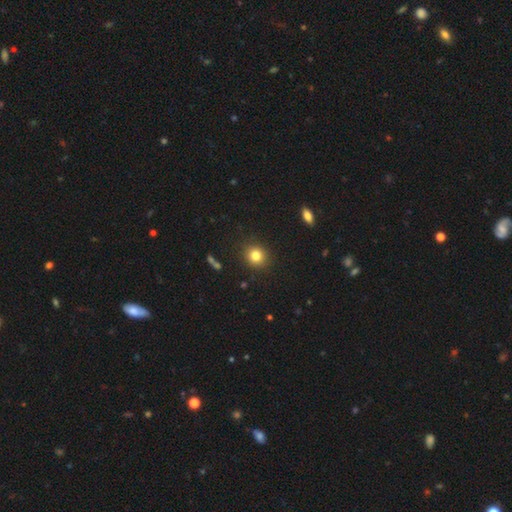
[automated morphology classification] Q: Smooth or featured?
A: smooth (81%); runner-up: star or artifact (12%)
Q: How rounded?
A: round (86%); runner-up: in between (13%)
Q: Merging?
A: none (90%); runner-up: minor disturbance (7%)